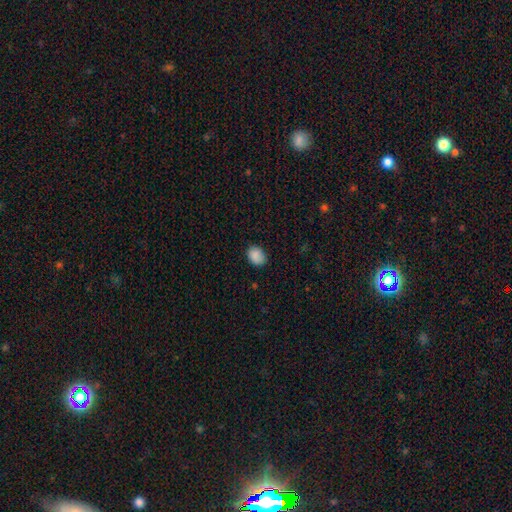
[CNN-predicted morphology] Smooth or featured? smooth (88%)
How rounded? in between (57%)
Merging? none (82%)